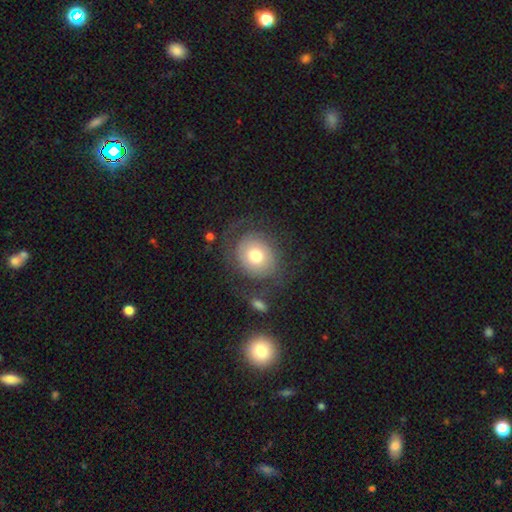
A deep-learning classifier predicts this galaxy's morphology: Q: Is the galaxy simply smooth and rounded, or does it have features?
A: smooth — 48%.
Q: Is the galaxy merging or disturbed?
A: none — 65%.